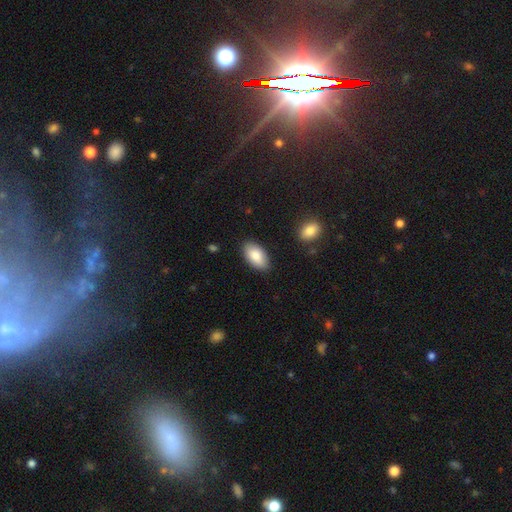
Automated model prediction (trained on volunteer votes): This is clearly a smooth galaxy (85%). How rounded: clearly in between (94%). Merging: clearly none (85%).